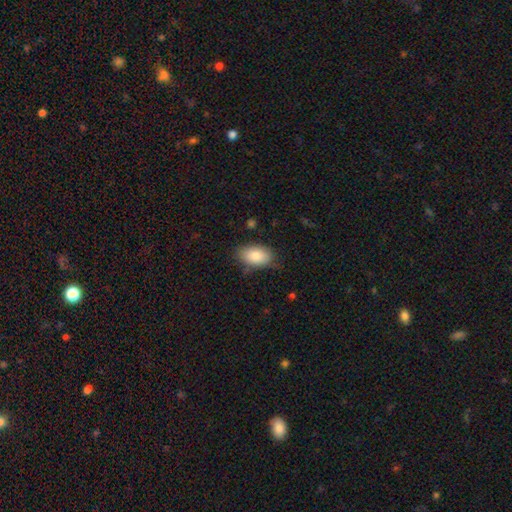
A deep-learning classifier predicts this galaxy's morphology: smooth-or-featured: smooth: 83% | featured or disk: 9% | star or artifact: 7%
  how-rounded: in between: 92% | round: 7% | cigar-shaped: 2%
  merging: none: 77% | minor disturbance: 18% | major disturbance: 3% | merger: 2%